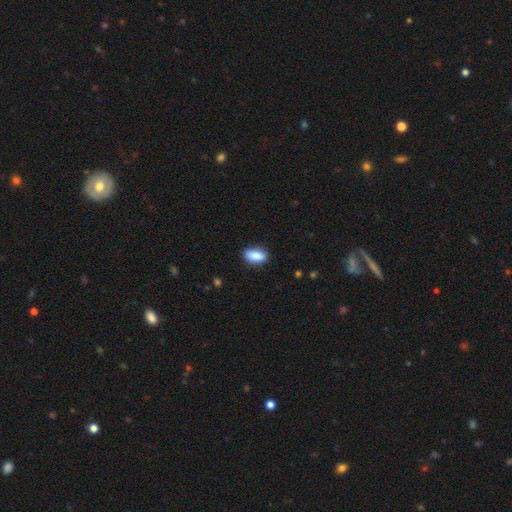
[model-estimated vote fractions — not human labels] Smooth or featured? smooth (88%)
How rounded? in between (89%)
Merging? none (85%)